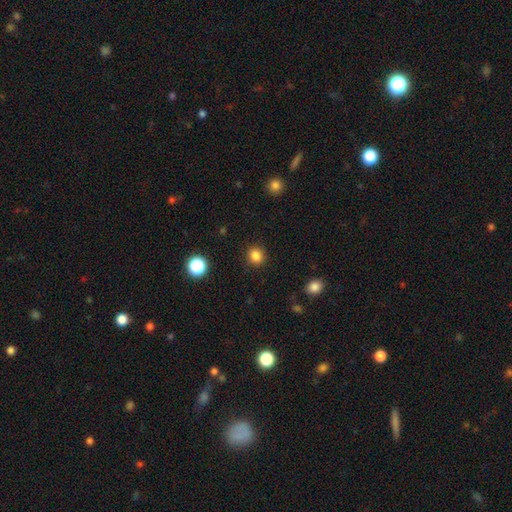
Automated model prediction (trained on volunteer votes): Smooth or featured?
  - smooth: 84% *
  - star or artifact: 12%
  - featured or disk: 4%
How rounded?
  - round: 86% *
  - in between: 13%
  - cigar-shaped: 1%
Merging?
  - none: 90% *
  - minor disturbance: 6%
  - major disturbance: 2%
  - merger: 1%